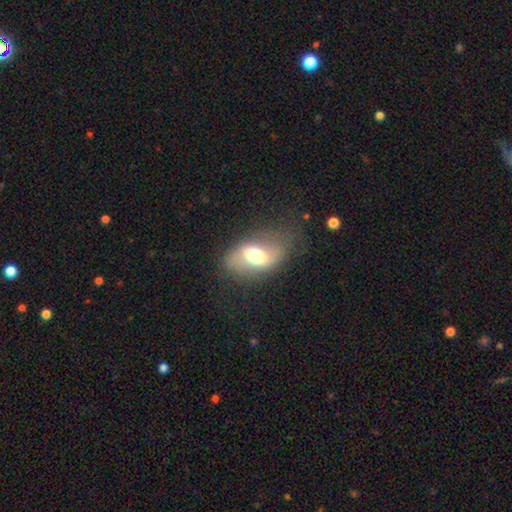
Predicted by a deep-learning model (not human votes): A smooth galaxy with no disk features (47%). Merging: none (57%).